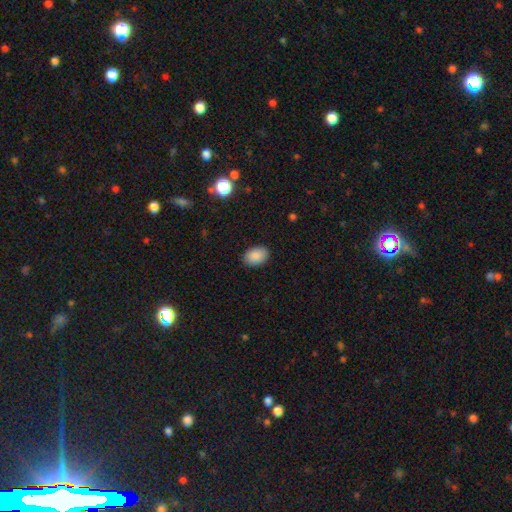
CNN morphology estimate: Smooth or featured? smooth (89%)
How rounded? in between (78%)
Merging? none (88%)